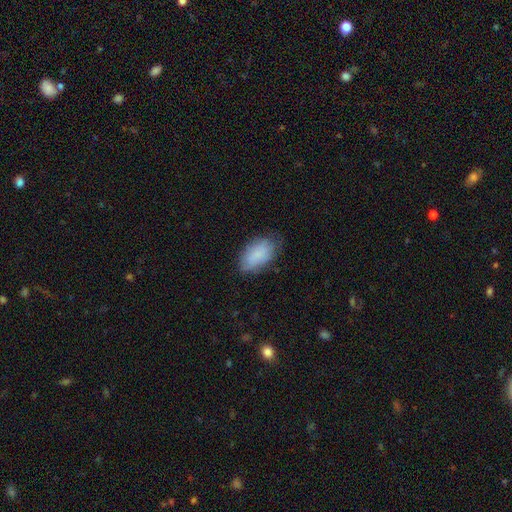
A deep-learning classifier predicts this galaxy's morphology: Smooth or featured? Predicted: smooth (p=0.84). How rounded? Predicted: in between (p=0.93). Merging? Predicted: none (p=0.68).